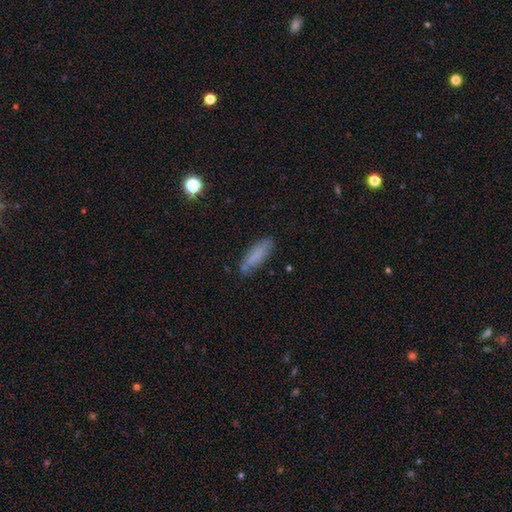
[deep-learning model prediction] Q: Smooth or featured?
A: smooth (77%); runner-up: featured or disk (15%)
Q: How rounded?
A: cigar-shaped (54%); runner-up: in between (44%)
Q: Merging?
A: none (73%); runner-up: minor disturbance (20%)